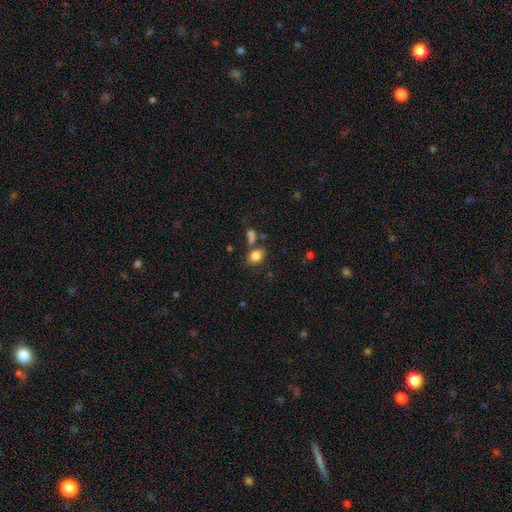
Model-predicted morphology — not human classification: Smooth or featured? smooth (82%)
How rounded? in between (64%)
Merging? none (63%)